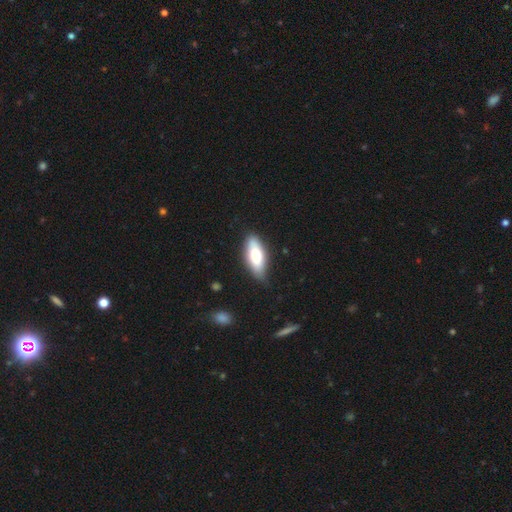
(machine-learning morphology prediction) smooth 68%, featured or disk 26%, star or artifact 6%. Down the decision tree: how rounded — in between (76%); merging — none (80%).